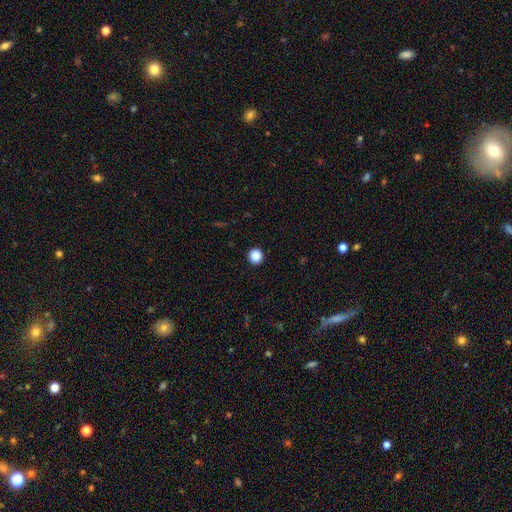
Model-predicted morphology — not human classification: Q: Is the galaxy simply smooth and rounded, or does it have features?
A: smooth — 87%.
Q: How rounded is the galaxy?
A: round — 95%.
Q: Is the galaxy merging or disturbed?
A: none — 94%.